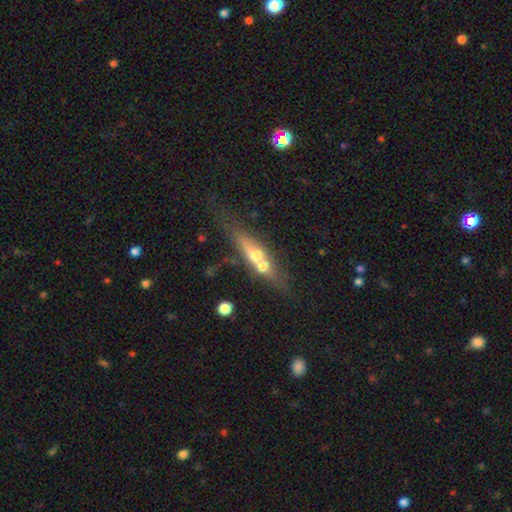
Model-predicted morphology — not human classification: smooth_or_featured: featured or disk (p=0.50) [alt: smooth p=0.41]
disk_edge_on: yes (p=0.68) [alt: no p=0.32]
merging: merger (p=0.43) [alt: none p=0.37]